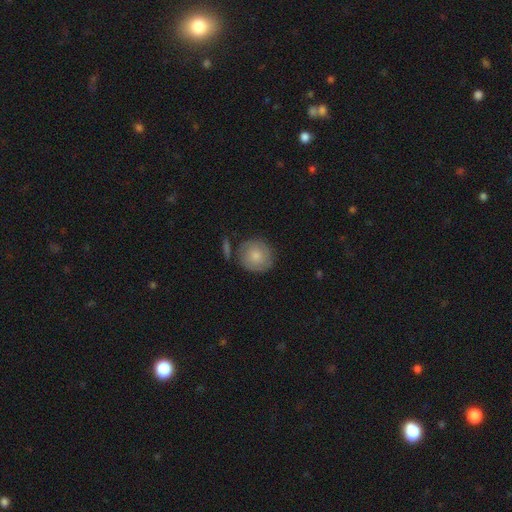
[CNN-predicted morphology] Smooth or featured?
  - smooth: 74% *
  - featured or disk: 20%
  - star or artifact: 6%
How rounded?
  - round: 89% *
  - in between: 10%
  - cigar-shaped: 1%
Merging?
  - none: 76% *
  - minor disturbance: 14%
  - merger: 6%
  - major disturbance: 4%